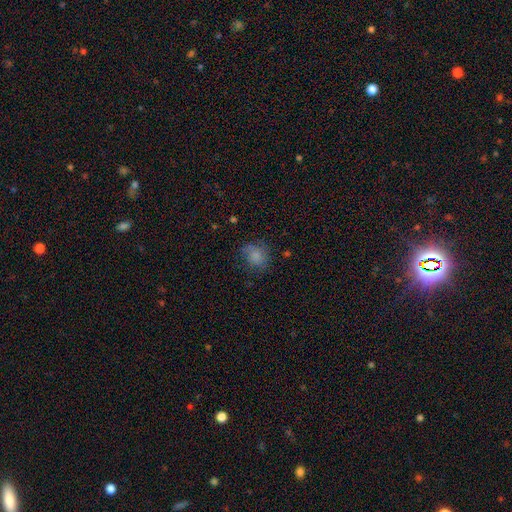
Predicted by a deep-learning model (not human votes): Smooth or featured: smooth — 78% (featured or disk — 11%)
How rounded: round — 62% (in between — 37%)
Merging: none — 65% (minor disturbance — 23%)